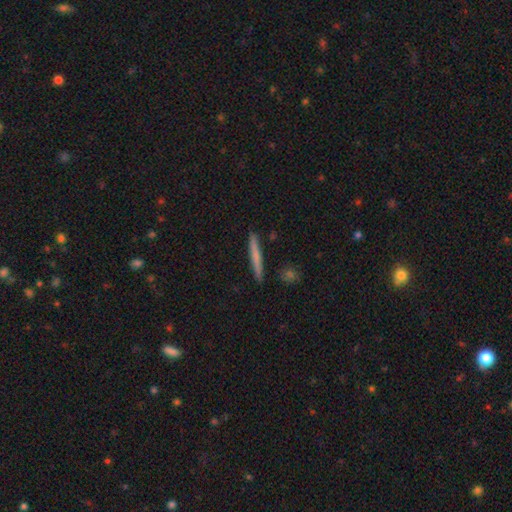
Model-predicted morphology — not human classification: type=smooth (66%); roundness=cigar-shaped (96%); merging=none (90%).